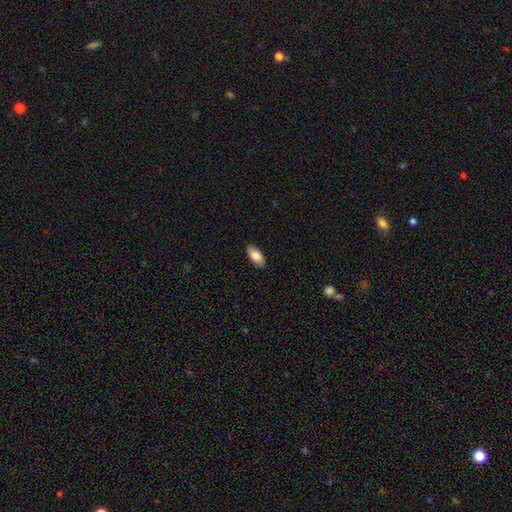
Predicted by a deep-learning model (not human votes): The model was most divided on "smooth or featured": smooth: 86%, featured or disk: 8%, star or artifact: 6%. More confident: how rounded — in between (91%); merging — none (89%).